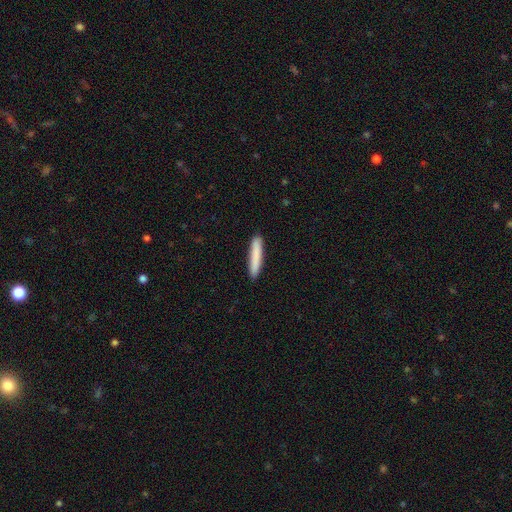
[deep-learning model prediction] Q: Smooth or featured?
A: smooth (84%); runner-up: featured or disk (11%)
Q: How rounded?
A: cigar-shaped (93%); runner-up: in between (6%)
Q: Merging?
A: none (91%); runner-up: minor disturbance (7%)